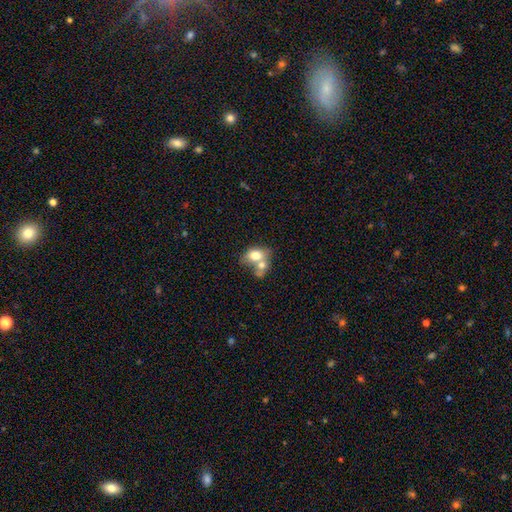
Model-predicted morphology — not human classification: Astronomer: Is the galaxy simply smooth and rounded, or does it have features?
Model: smooth — 69%.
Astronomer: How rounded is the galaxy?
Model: in between — 68%.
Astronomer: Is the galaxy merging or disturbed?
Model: merger — 65%.